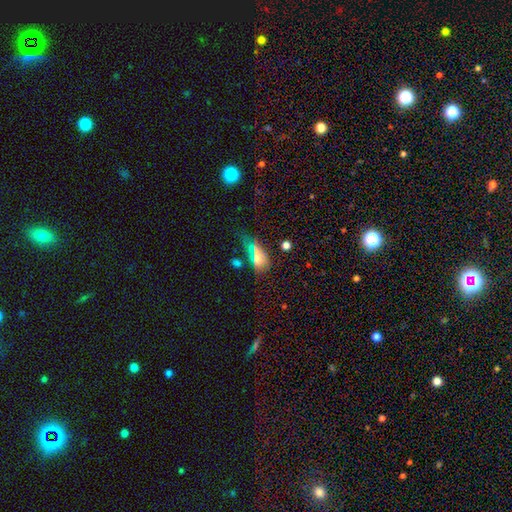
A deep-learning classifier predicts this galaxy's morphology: A smooth galaxy with no disk features (62%) that is in between round and cigar-shaped (80%). Merging: none (56%).